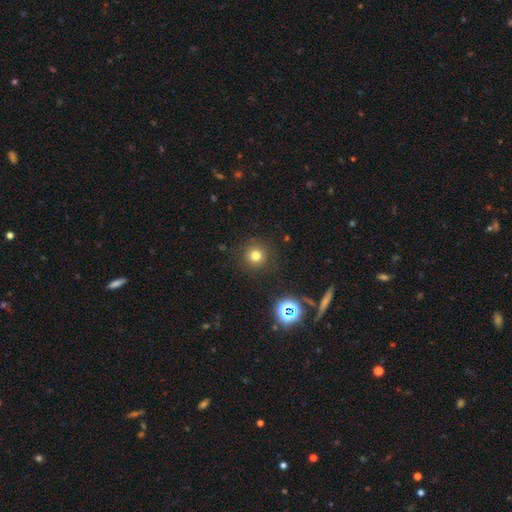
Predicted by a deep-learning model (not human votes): Smooth or featured? smooth (75%)
How rounded? round (94%)
Merging? none (89%)